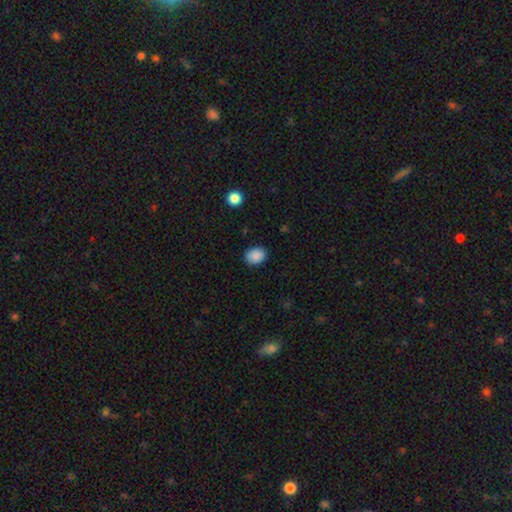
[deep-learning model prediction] This appears to be a smooth galaxy with no disk features (89%) that is in between round and cigar-shaped (58%). Merging: none (86%).